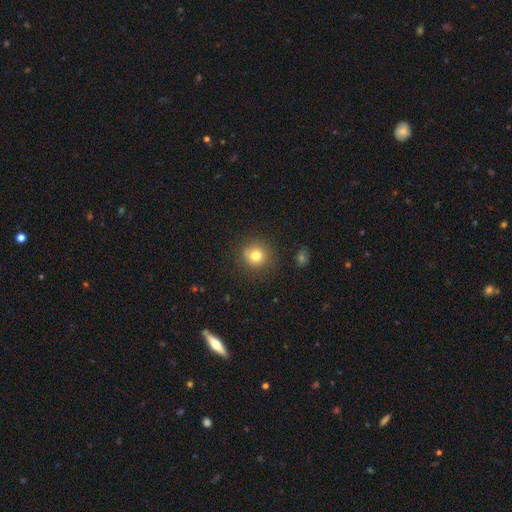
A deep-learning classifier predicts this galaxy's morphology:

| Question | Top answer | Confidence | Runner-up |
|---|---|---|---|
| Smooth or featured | smooth | 79% | star or artifact (13%) |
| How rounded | round | 93% | in between (7%) |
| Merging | none | 88% | minor disturbance (8%) |